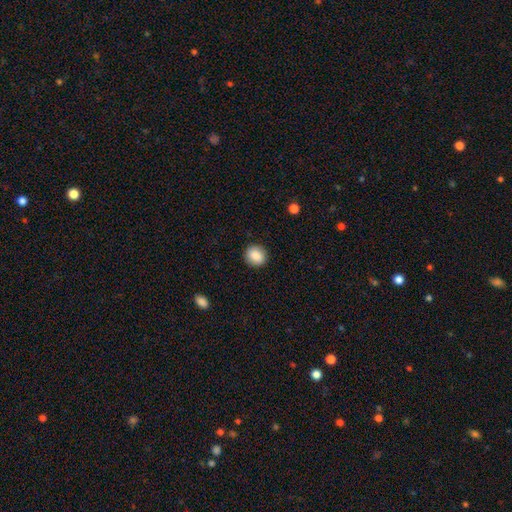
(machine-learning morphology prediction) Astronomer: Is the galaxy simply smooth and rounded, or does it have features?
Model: smooth — 87%.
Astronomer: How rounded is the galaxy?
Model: round — 80%.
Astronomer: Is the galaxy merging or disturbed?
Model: none — 90%.